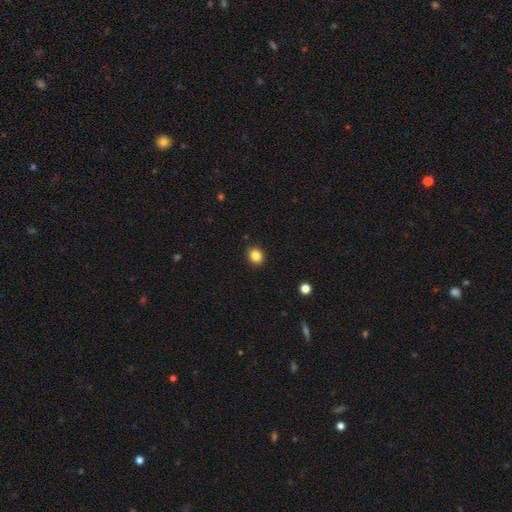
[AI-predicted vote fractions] A smooth galaxy with no disk features (85%) that is round (67%). Merging: none (90%).